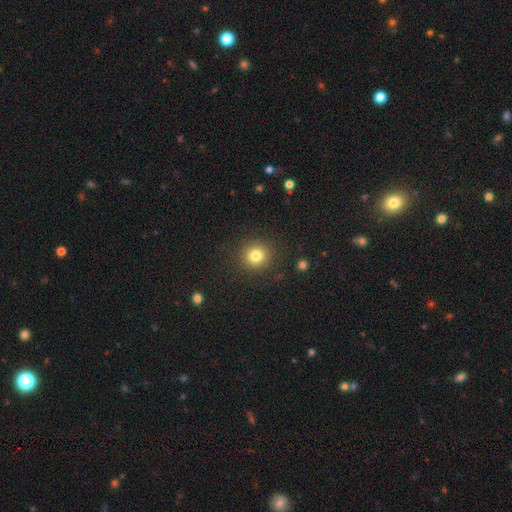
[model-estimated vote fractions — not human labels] Smooth or featured? smooth (81%)
How rounded? round (90%)
Merging? none (89%)